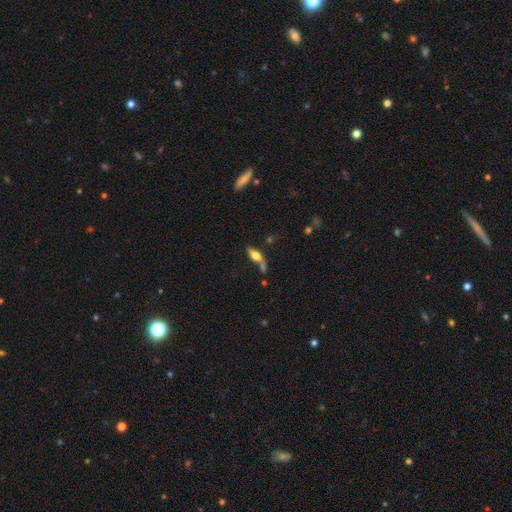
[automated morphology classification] Smooth or featured? Predicted: smooth (p=0.48). Merging? Predicted: none (p=0.48).